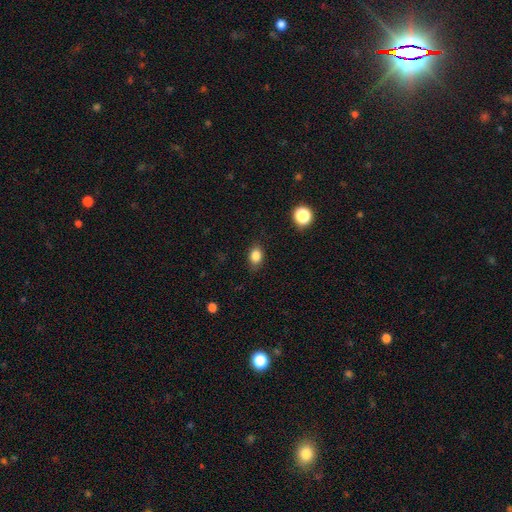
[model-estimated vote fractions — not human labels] The model was most divided on "how rounded": in between: 69%, round: 30%, cigar-shaped: 1%. More confident: merging — none (84%); smooth or featured — smooth (84%).